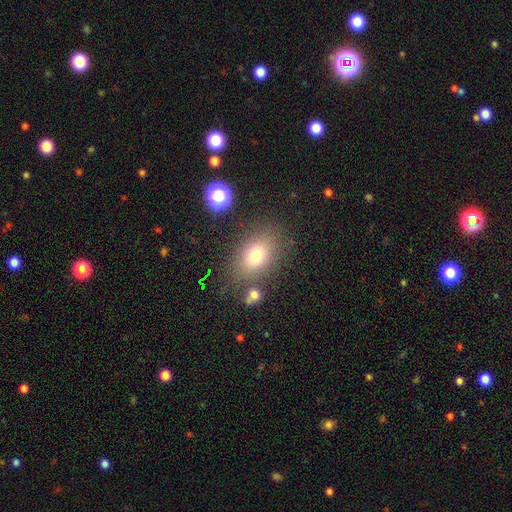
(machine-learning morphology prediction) Q: Smooth or featured?
A: smooth (75%); runner-up: star or artifact (14%)
Q: How rounded?
A: in between (72%); runner-up: round (26%)
Q: Merging?
A: none (76%); runner-up: minor disturbance (12%)